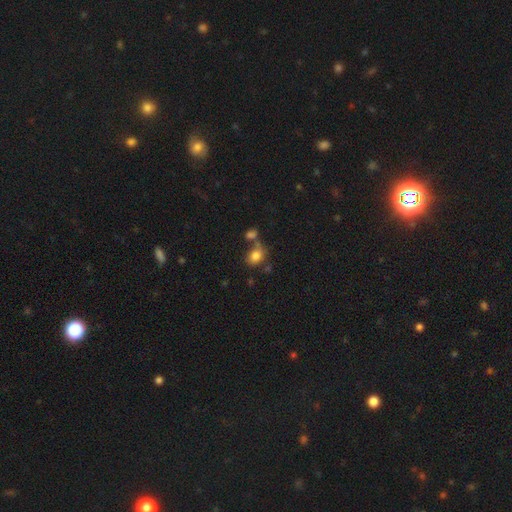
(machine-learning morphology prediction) A smooth galaxy with no disk features (80%) that is in between round and cigar-shaped (63%). Merging: none (53%).